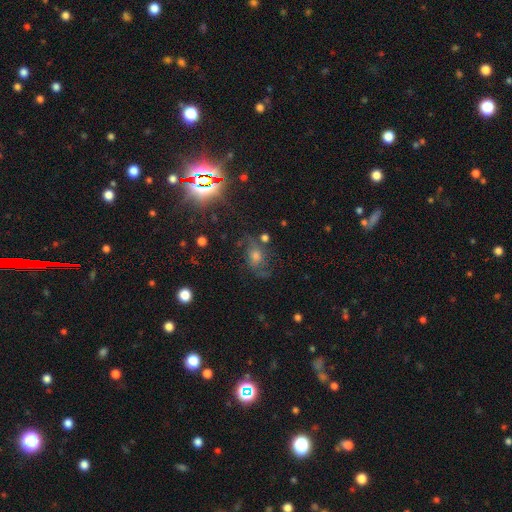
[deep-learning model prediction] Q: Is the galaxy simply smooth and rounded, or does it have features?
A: featured or disk — 40%.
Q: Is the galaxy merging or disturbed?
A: none — 63%.